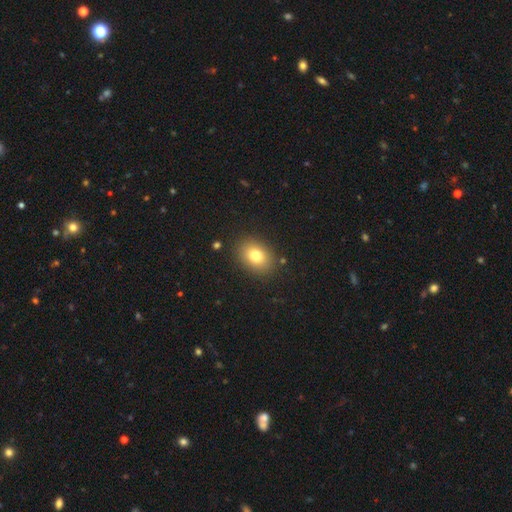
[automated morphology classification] A smooth galaxy with no disk features (79%) that is in between round and cigar-shaped (69%). Merging: none (87%).